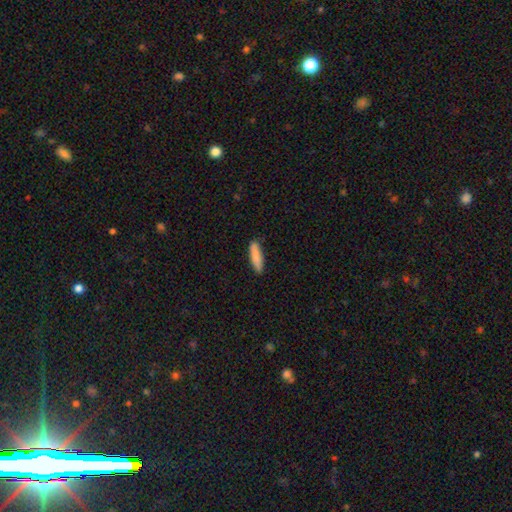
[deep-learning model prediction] Morphology: type=smooth (87%); roundness=cigar-shaped (70%); merging=none (87%).